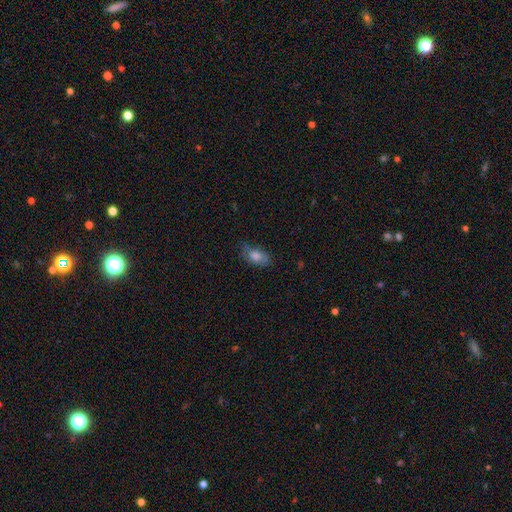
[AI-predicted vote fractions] Q: Smooth or featured?
A: smooth (72%); runner-up: featured or disk (19%)
Q: How rounded?
A: in between (87%); runner-up: round (8%)
Q: Merging?
A: none (68%); runner-up: minor disturbance (24%)